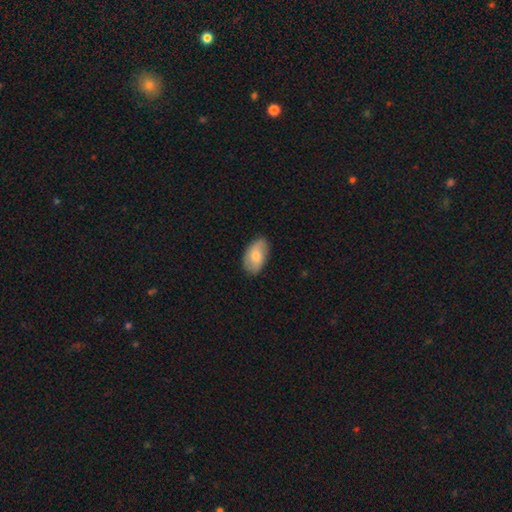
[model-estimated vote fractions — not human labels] Overall: smooth (70%). How rounded: in between (93%). Merging: none (82%).